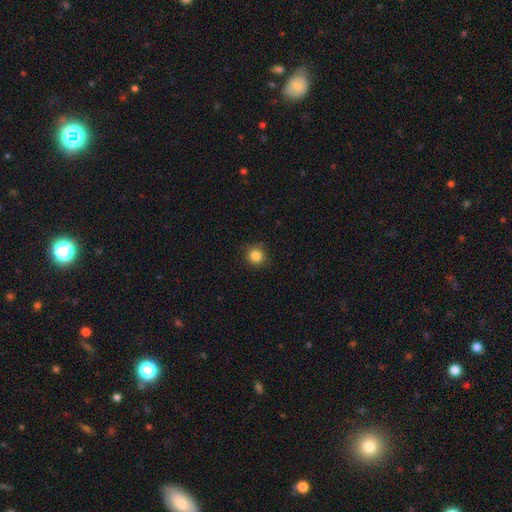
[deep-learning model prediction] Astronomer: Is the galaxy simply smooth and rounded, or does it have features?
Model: smooth — 85%.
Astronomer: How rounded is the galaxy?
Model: round — 91%.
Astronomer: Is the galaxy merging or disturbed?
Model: none — 88%.